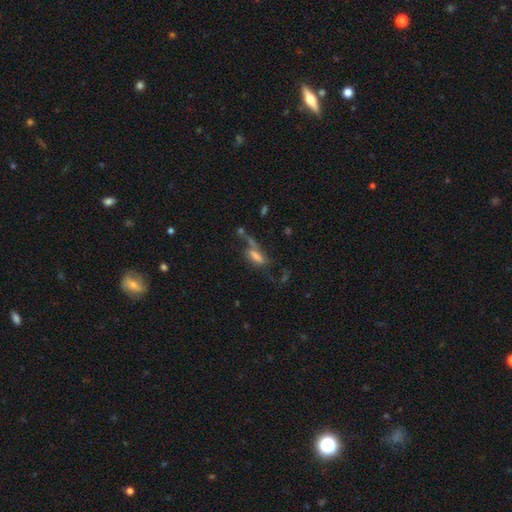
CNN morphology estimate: Smooth or featured? smooth (56%)
How rounded? in between (61%)
Merging? major disturbance (37%)